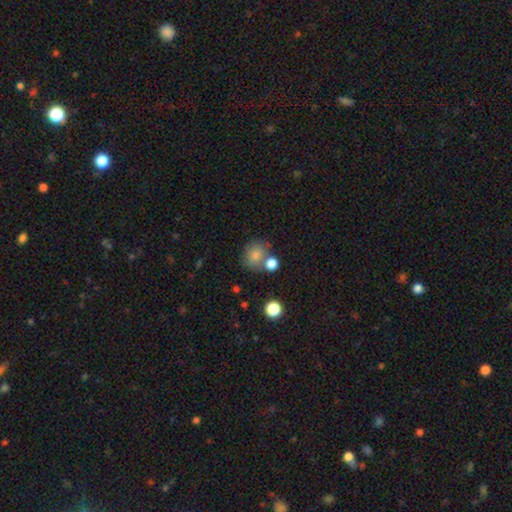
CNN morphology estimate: type=smooth (76%); roundness=round (73%); merging=none (61%).